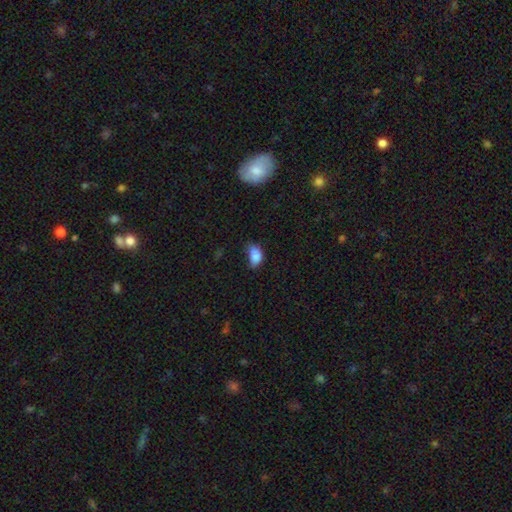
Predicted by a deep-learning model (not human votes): Smooth or featured: smooth — 83% (star or artifact — 10%)
How rounded: in between — 88% (round — 11%)
Merging: minor disturbance — 41% (tied with none — 41%)